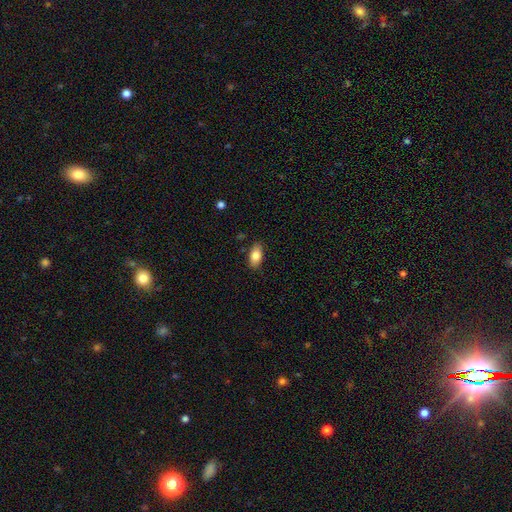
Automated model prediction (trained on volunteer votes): smooth-or-featured: smooth: 82% | featured or disk: 11% | star or artifact: 7%
  how-rounded: in between: 91% | cigar-shaped: 5% | round: 4%
  merging: none: 86% | minor disturbance: 11% | major disturbance: 2% | merger: 1%